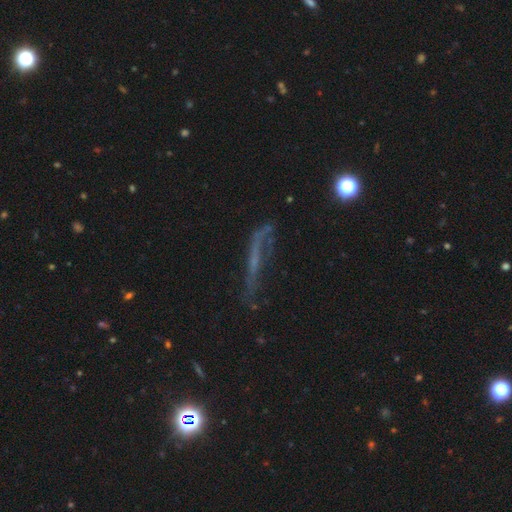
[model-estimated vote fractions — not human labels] Morphology: type=featured or disk (52%); edge-on=no (50%, tied with yes); merging=none (45%).